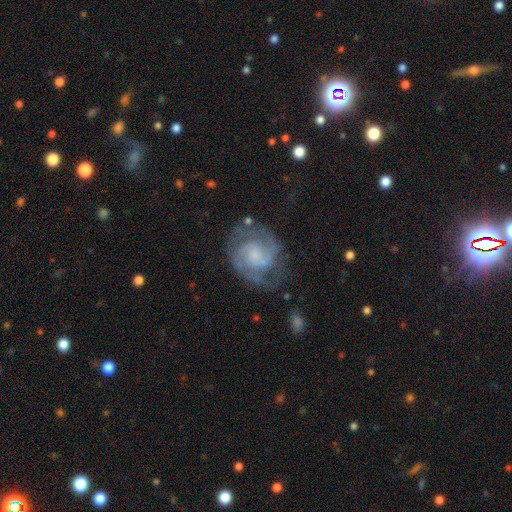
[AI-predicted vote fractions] smooth-or-featured: featured or disk: 86% | smooth: 8% | star or artifact: 6%
  disk-edge-on: no: 98% | yes: 2%
    bar: no: 60% | weak: 34% | strong: 7%
    has-spiral-arms: yes: 97% | no: 3%
      spiral-winding: tight: 47% | medium: 44% | loose: 9%
      spiral-arm-count: 2: 79% | can't tell: 8% | 3: 6% | 1: 3% | 4: 2% | more than 4: 2%
    bulge-size: small: 38% | none: 28% | moderate: 25% | large: 8% | dominant: 2%
  merging: none: 68% | minor disturbance: 19% | major disturbance: 11% | merger: 2%